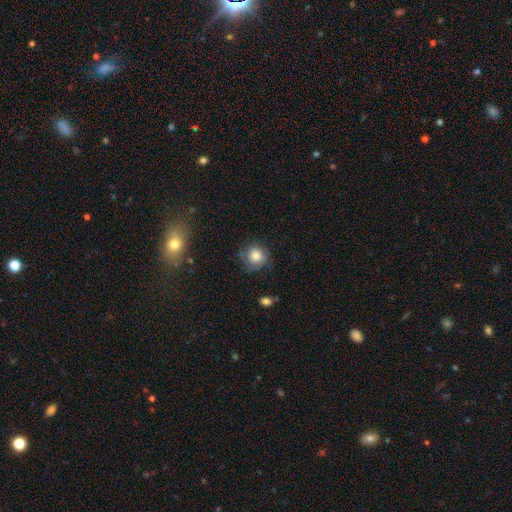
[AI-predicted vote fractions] This appears to be a smooth galaxy with no disk features (69%) that is round (87%). Merging: none (65%).